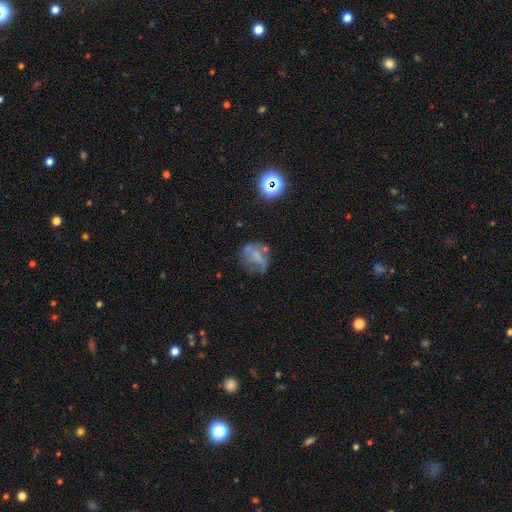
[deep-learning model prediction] A featured or disk galaxy (44%).

Vote fractions:
- Smooth or featured? featured or disk: 44% / smooth: 39% / star or artifact: 17%
- Merging? none: 41% / minor disturbance: 28% / major disturbance: 25% / merger: 6%